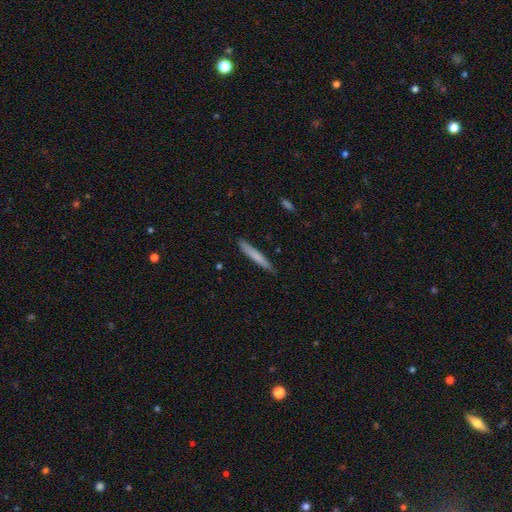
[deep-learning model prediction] A smooth galaxy with no disk features (71%) that is cigar-shaped (96%). Merging: none (87%).